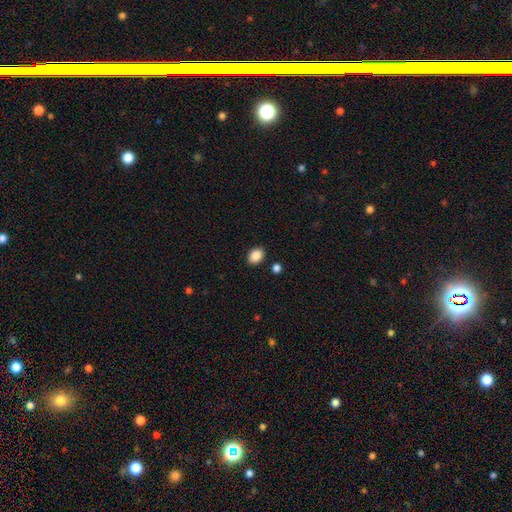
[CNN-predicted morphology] Smooth or featured? Predicted: smooth (p=0.88). How rounded? Predicted: in between (p=0.68). Merging? Predicted: none (p=0.87).